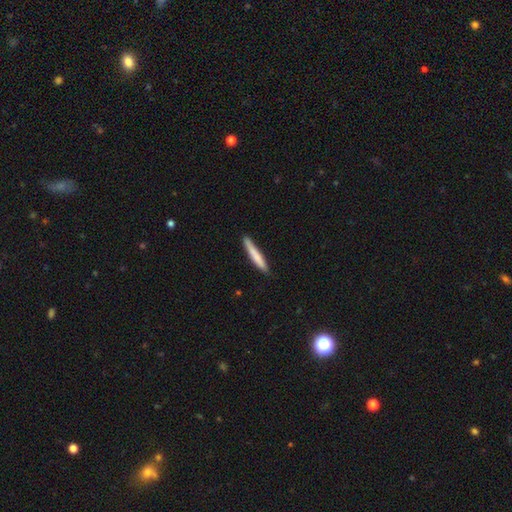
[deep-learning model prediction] The model was most divided on "smooth or featured": smooth: 73%, featured or disk: 21%, star or artifact: 5%. More confident: how rounded — cigar-shaped (95%); merging — none (88%).